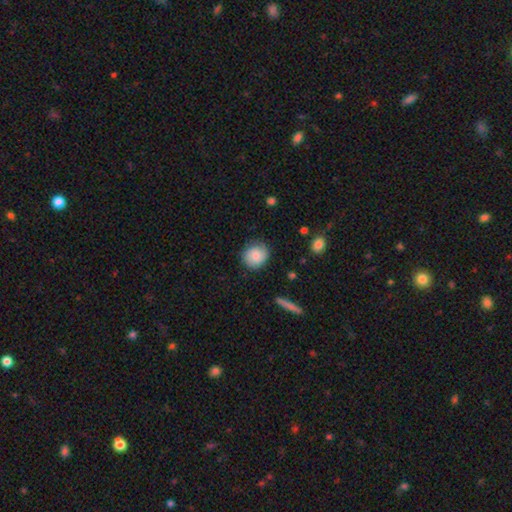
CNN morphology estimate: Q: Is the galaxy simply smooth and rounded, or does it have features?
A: smooth — 76%.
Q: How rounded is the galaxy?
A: round — 82%.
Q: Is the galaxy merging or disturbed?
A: none — 76%.